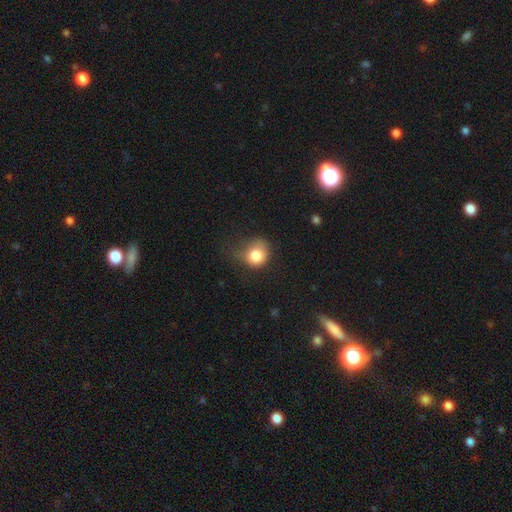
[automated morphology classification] smooth 81%, star or artifact 10%, featured or disk 9%. Down the decision tree: how rounded — round (74%); merging — minor disturbance (38%).